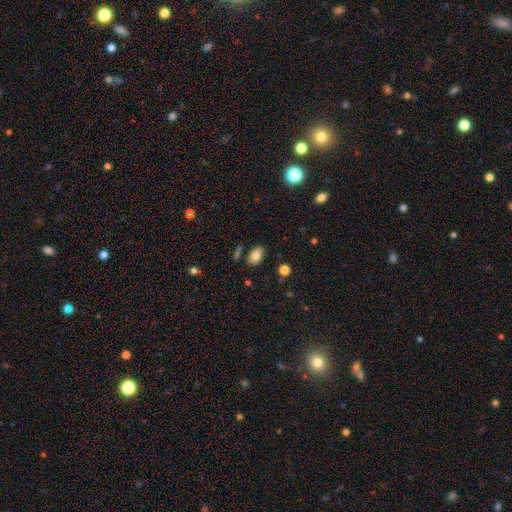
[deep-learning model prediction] Smooth or featured?
  - smooth: 79% *
  - featured or disk: 12%
  - star or artifact: 9%
How rounded?
  - in between: 91% *
  - round: 7%
  - cigar-shaped: 2%
Merging?
  - none: 84% *
  - minor disturbance: 10%
  - merger: 3%
  - major disturbance: 2%